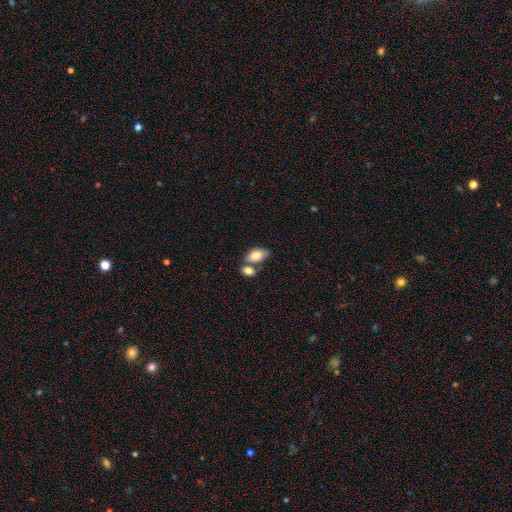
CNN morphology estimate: smooth_or_featured: smooth (p=0.83) [alt: featured or disk p=0.11]
how_rounded: in between (p=0.90) [alt: round p=0.08]
merging: merger (p=0.44) [alt: none p=0.40]